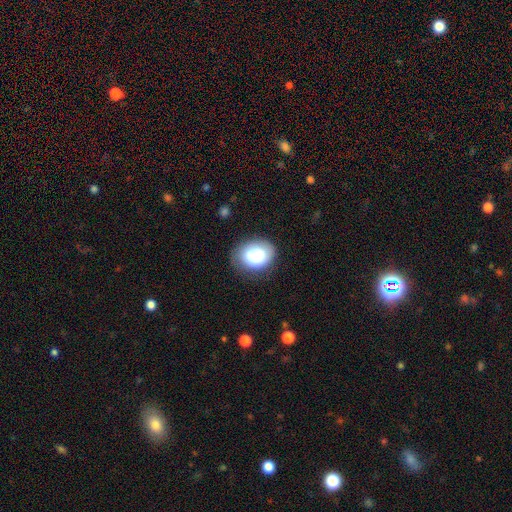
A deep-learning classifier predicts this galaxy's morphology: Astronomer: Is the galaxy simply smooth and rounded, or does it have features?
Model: smooth — 81%.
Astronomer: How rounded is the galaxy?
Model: in between — 54% (runner-up: round, 45%).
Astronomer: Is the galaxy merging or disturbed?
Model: none — 69%.